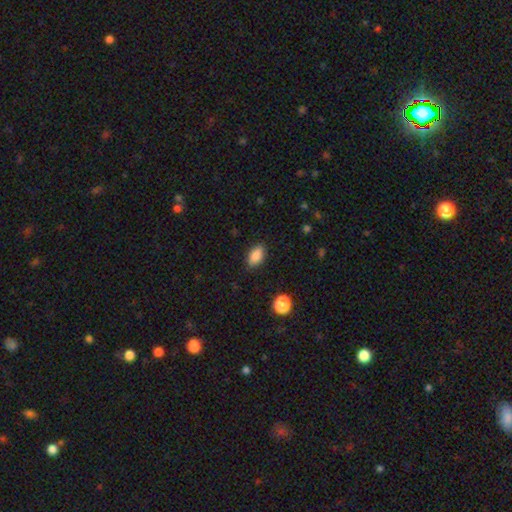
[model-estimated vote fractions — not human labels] This appears to be a smooth galaxy with no disk features (86%) that is in between round and cigar-shaped (89%). Merging: none (86%).